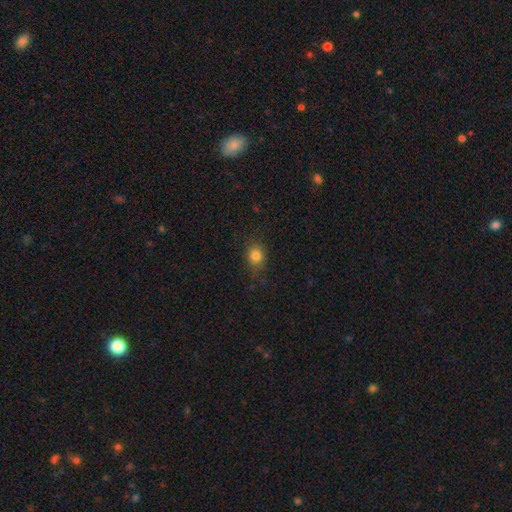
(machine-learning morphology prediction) Q: Smooth or featured?
A: smooth (82%); runner-up: star or artifact (12%)
Q: How rounded?
A: round (67%); runner-up: in between (31%)
Q: Merging?
A: none (77%); runner-up: minor disturbance (17%)